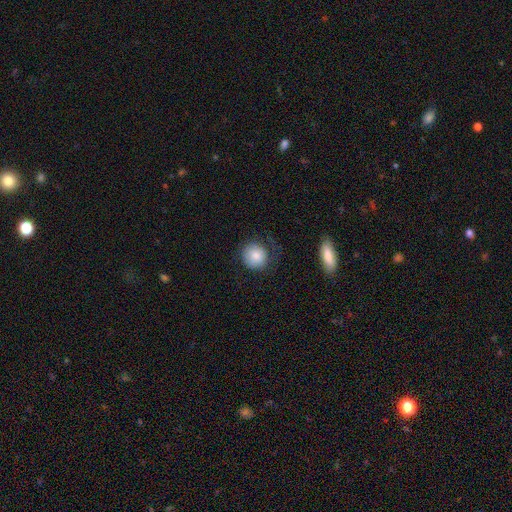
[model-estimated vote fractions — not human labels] A smooth galaxy with no disk features (82%) that is round (90%).

Vote fractions:
- Smooth or featured? smooth: 82% / featured or disk: 11% / star or artifact: 7%
- How rounded? round: 90% / in between: 9% / cigar-shaped: 1%
- Merging? none: 61% / minor disturbance: 21% / major disturbance: 16% / merger: 2%